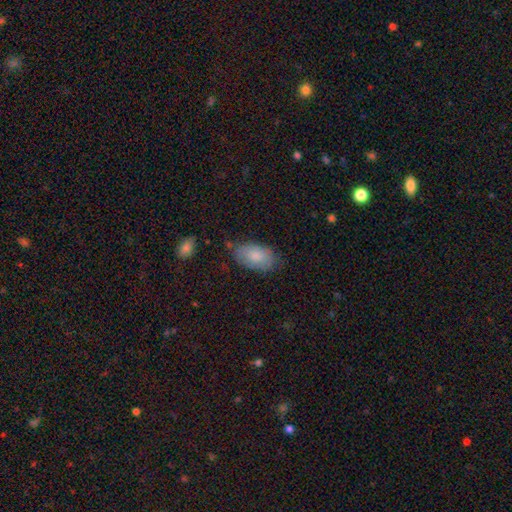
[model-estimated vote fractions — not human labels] smooth-or-featured: smooth: 81% | featured or disk: 12% | star or artifact: 6%
  how-rounded: in between: 94% | round: 4% | cigar-shaped: 2%
  merging: none: 74% | minor disturbance: 20% | major disturbance: 4% | merger: 2%